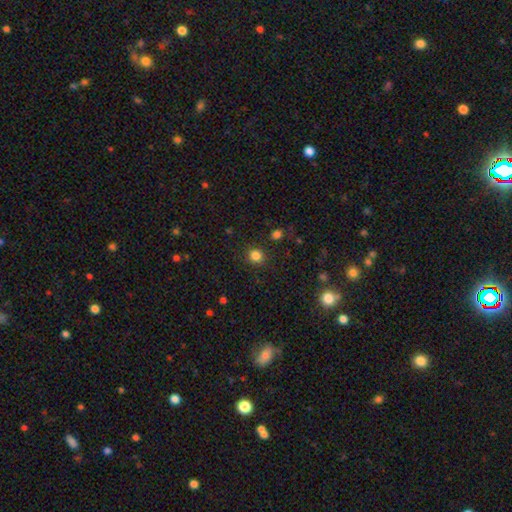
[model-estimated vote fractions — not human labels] This is clearly a smooth galaxy (83%). How rounded: clearly round (87%). Merging: clearly none (88%).